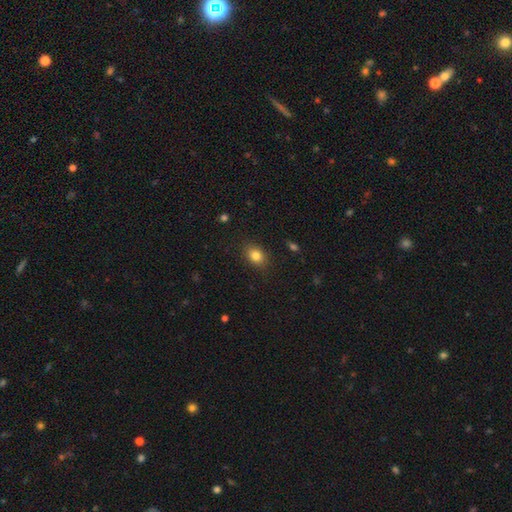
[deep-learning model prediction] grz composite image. It shows a smooth galaxy with no disk features (83%) that is in between round and cigar-shaped (62%). Merging: none (86%).